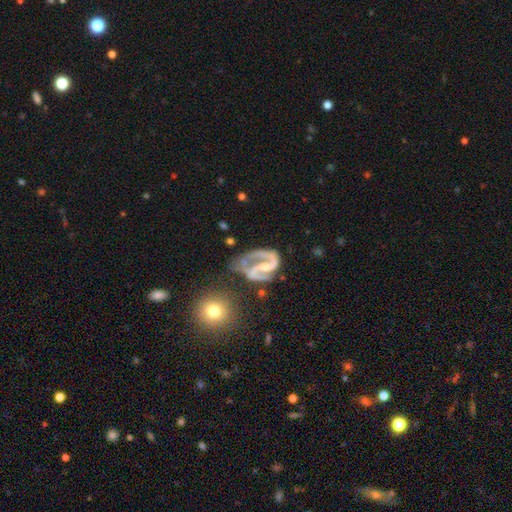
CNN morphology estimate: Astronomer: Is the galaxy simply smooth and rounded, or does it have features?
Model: featured or disk — 83%.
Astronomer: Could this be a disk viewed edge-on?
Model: no — 97%.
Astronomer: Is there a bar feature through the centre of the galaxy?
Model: weak — 38% (runner-up: strong, 33%).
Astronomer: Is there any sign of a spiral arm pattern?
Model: yes — 90%.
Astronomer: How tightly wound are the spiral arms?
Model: medium — 45% (runner-up: loose, 28%).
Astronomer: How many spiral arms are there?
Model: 2 — 63%.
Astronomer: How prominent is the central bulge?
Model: small — 57%.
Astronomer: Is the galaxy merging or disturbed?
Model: none — 49%.